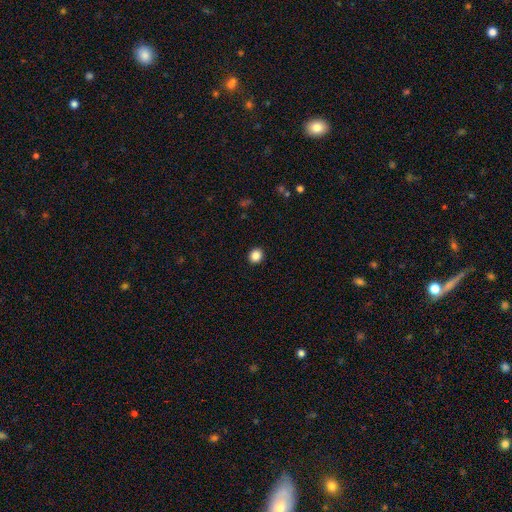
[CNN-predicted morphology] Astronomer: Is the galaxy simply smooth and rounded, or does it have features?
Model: smooth — 87%.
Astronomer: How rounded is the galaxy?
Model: round — 79%.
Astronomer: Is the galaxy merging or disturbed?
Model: none — 92%.